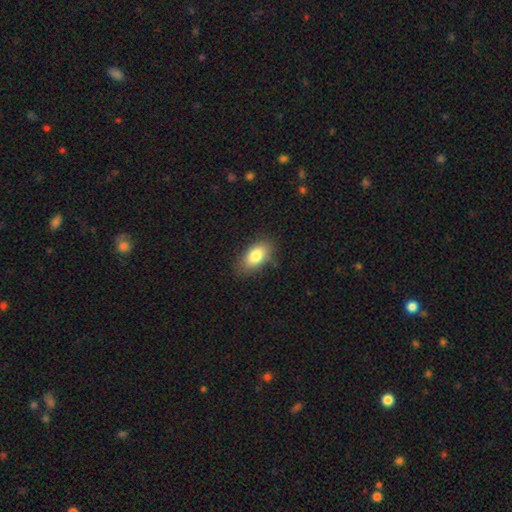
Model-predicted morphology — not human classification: A smooth galaxy with no disk features (83%) that is in between round and cigar-shaped (91%).

Vote fractions:
- Smooth or featured? smooth: 83% / featured or disk: 10% / star or artifact: 7%
- How rounded? in between: 91% / round: 6% / cigar-shaped: 4%
- Merging? none: 81% / minor disturbance: 14% / major disturbance: 3% / merger: 1%